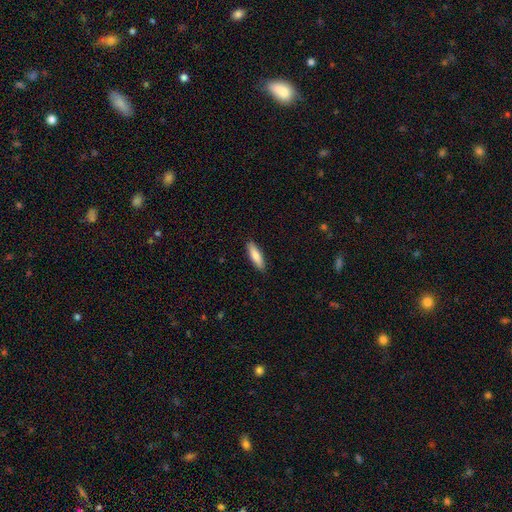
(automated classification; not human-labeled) Smooth or featured?
  - smooth: 79% *
  - featured or disk: 16%
  - star or artifact: 5%
How rounded?
  - cigar-shaped: 61% *
  - in between: 37%
  - round: 2%
Merging?
  - none: 90% *
  - minor disturbance: 7%
  - major disturbance: 2%
  - merger: 1%